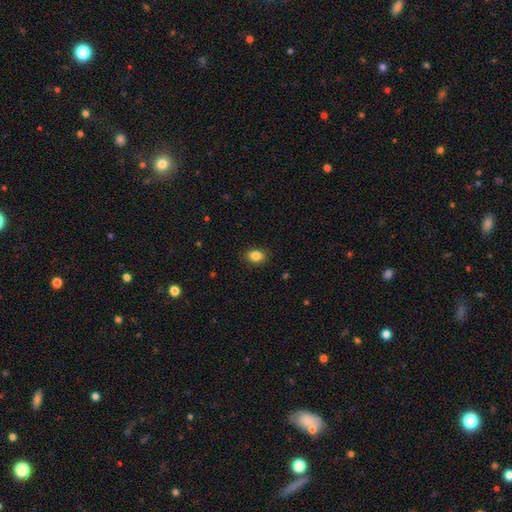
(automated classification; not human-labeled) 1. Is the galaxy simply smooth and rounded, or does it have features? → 85% smooth, 9% star or artifact, 6% featured or disk.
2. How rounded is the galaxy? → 79% in between, 20% round, 1% cigar-shaped.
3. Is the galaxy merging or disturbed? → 87% none, 10% minor disturbance, 2% major disturbance, 1% merger.